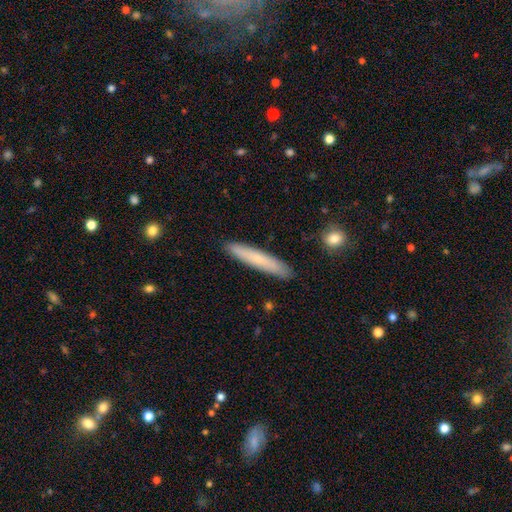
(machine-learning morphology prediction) Smooth or featured?
  - smooth: 63% *
  - featured or disk: 28%
  - star or artifact: 9%
How rounded?
  - cigar-shaped: 94% *
  - in between: 5%
  - round: 1%
Merging?
  - none: 89% *
  - minor disturbance: 8%
  - major disturbance: 1%
  - merger: 1%